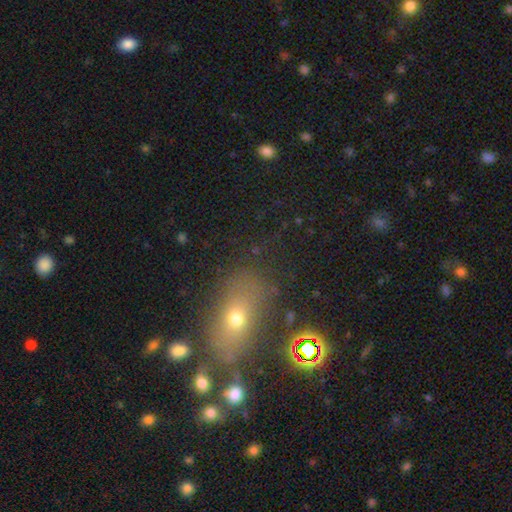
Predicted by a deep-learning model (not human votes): Morphology: type=smooth (54%); roundness=in between (68%); merging=none (70%).